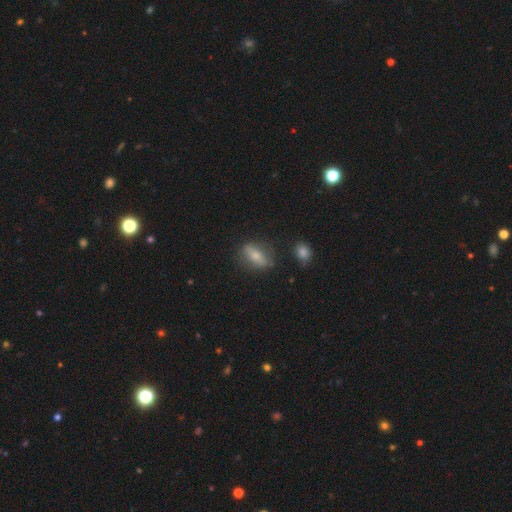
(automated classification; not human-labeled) smooth 62%, featured or disk 30%, star or artifact 8%. Down the decision tree: how rounded — in between (71%); merging — none (74%).